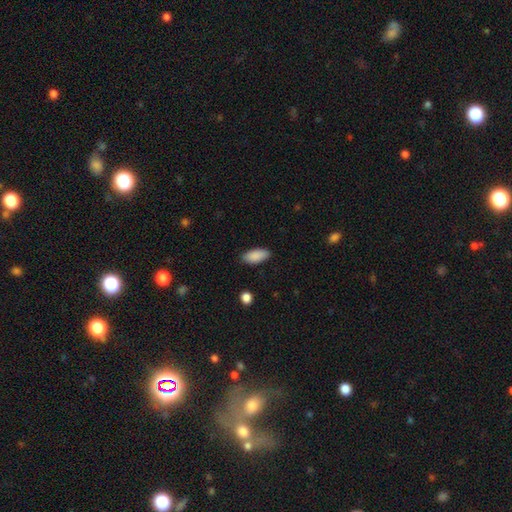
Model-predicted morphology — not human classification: type=smooth (89%); roundness=in between (87%); merging=none (86%).